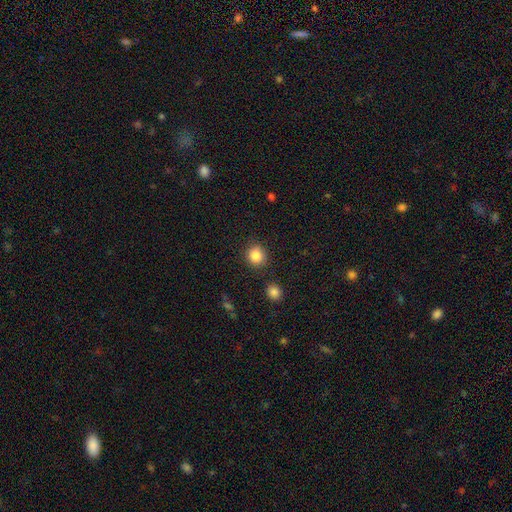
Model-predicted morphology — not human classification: Q: Smooth or featured?
A: smooth (86%); runner-up: star or artifact (10%)
Q: How rounded?
A: round (83%); runner-up: in between (16%)
Q: Merging?
A: none (86%); runner-up: minor disturbance (8%)